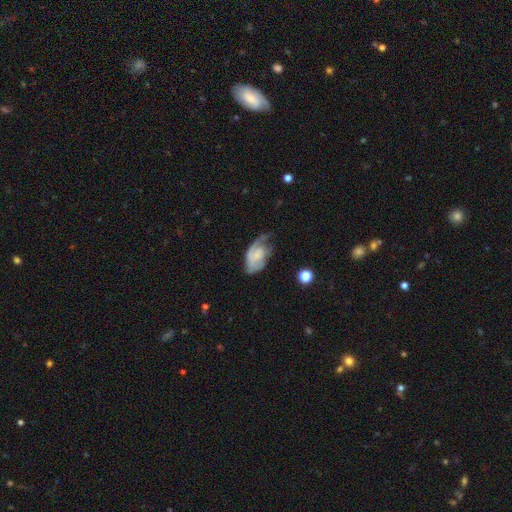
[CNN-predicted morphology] Smooth or featured: featured or disk — 60% (smooth — 33%)
Edge-on disk: no — 96% (yes — 4%)
Bar: no — 70% (weak — 25%)
Spiral arms: yes — 80% (no — 20%)
Bulge size: small — 47% (none — 30%)
Merging: none — 33% (major disturbance — 32%)